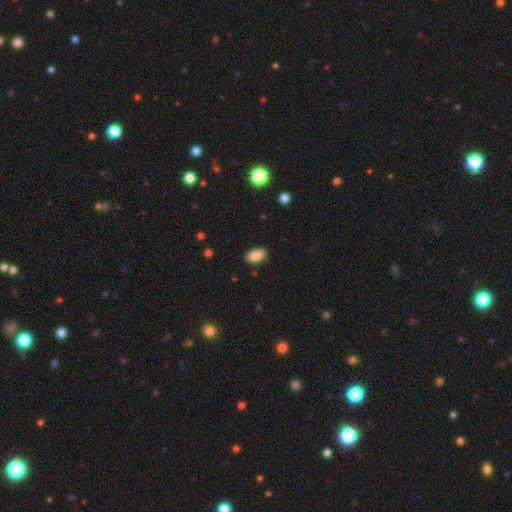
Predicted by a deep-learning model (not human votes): Smooth or featured: smooth — 87% (star or artifact — 8%)
How rounded: in between — 93% (round — 4%)
Merging: none — 87% (minor disturbance — 10%)